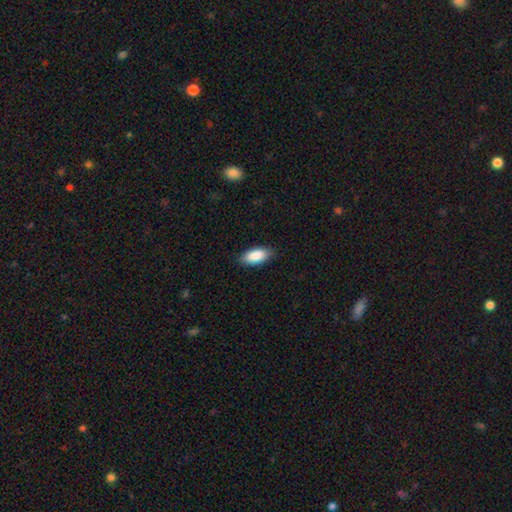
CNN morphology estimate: Overall: smooth (89%). How rounded: in between (91%). Merging: none (86%).